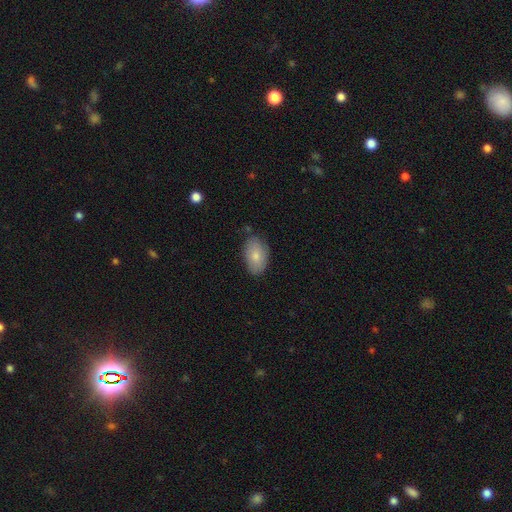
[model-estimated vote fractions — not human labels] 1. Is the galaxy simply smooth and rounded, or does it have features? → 80% smooth, 14% featured or disk, 6% star or artifact.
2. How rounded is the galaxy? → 92% in between, 7% round, 1% cigar-shaped.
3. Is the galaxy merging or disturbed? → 77% none, 17% minor disturbance, 3% major disturbance, 2% merger.